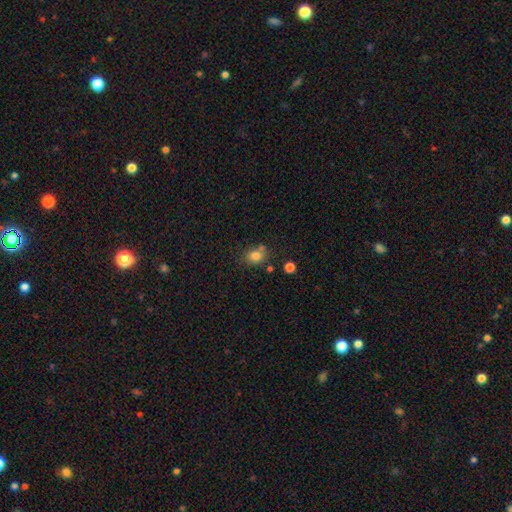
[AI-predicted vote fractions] Smooth or featured? Predicted: smooth (p=0.80). How rounded? Predicted: round (p=0.62). Merging? Predicted: none (p=0.68).